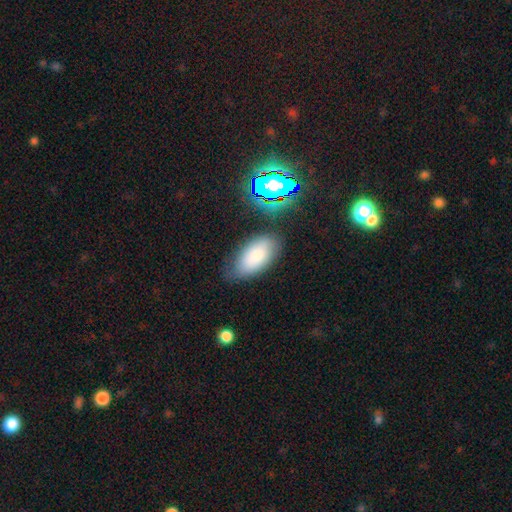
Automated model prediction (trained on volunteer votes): Overall: smooth (77%). How rounded: in between (93%). Merging: none (72%).